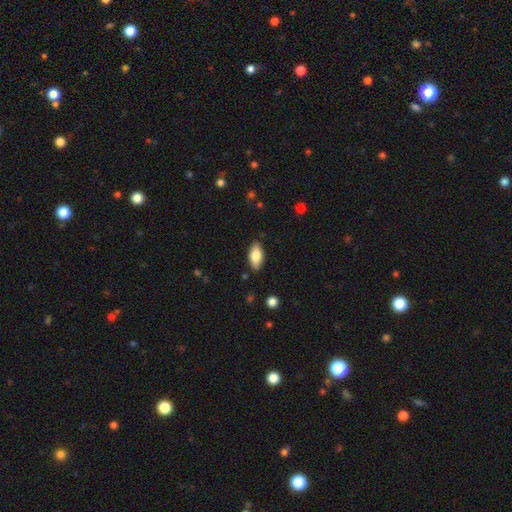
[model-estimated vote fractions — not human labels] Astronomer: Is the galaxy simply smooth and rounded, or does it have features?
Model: smooth — 79%.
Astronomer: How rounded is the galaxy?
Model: in between — 89%.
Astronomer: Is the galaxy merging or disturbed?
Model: none — 86%.